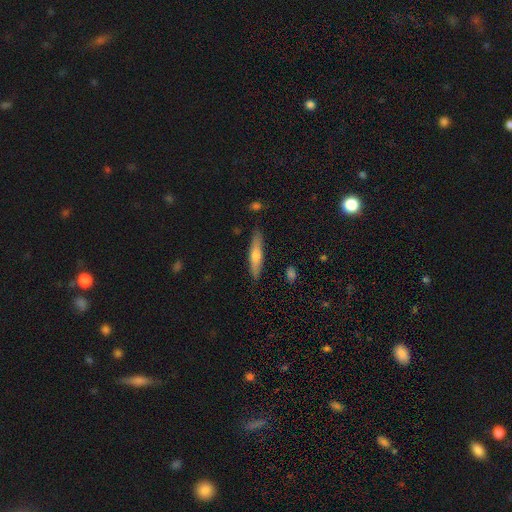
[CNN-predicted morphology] smooth_or_featured: smooth (p=0.50) [alt: featured or disk p=0.43]
how_rounded: cigar-shaped (p=0.86) [alt: in between p=0.12]
merging: none (p=0.88) [alt: minor disturbance p=0.09]